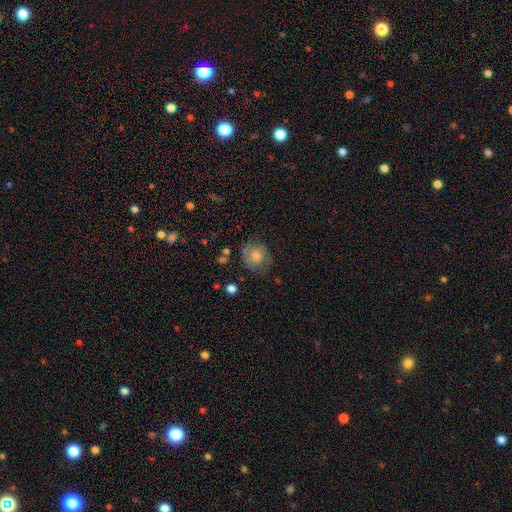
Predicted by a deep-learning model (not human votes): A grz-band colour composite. It shows a featured or disk galaxy (45%). Merging: none (73%).